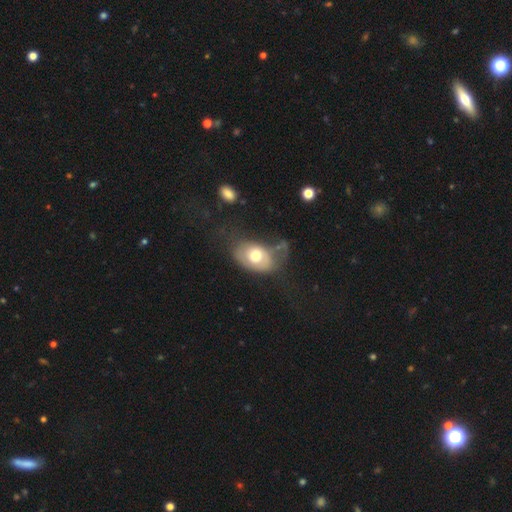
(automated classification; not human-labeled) The model was most divided on "merging": none: 36%, minor disturbance: 30%, major disturbance: 29%, merger: 6%. More confident: how rounded — in between (83%); smooth or featured — smooth (60%).